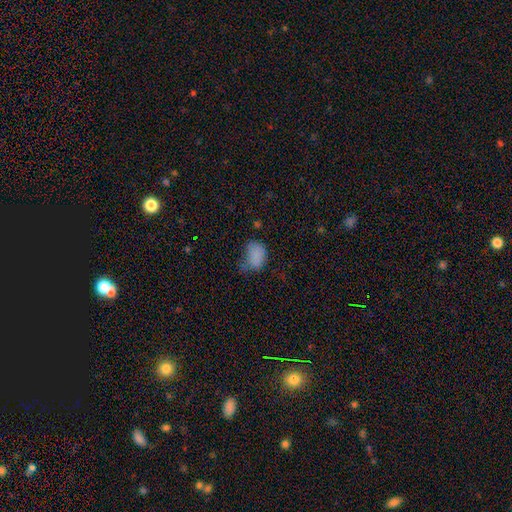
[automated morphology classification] This is clearly a smooth galaxy (81%). How rounded: likely in between (79%). Merging: marginally none (37%).